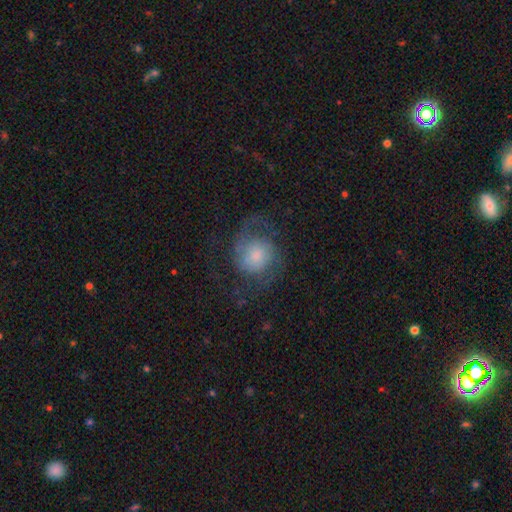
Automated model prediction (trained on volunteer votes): smooth_or_featured: featured or disk (p=0.58) [alt: smooth p=0.33]
disk_edge_on: no (p=0.98) [alt: yes p=0.02]
bar: no (p=0.72) [alt: weak p=0.23]
has_spiral_arms: yes (p=0.87) [alt: no p=0.13]
bulge_size: moderate (p=0.30) [tied with: small p=0.30]
merging: none (p=0.58) [alt: major disturbance p=0.23]